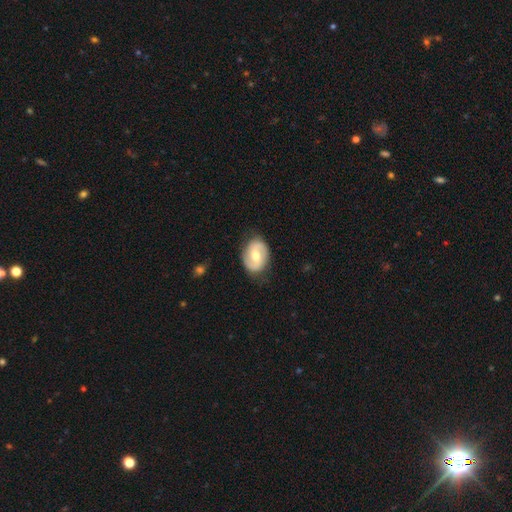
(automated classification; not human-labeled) Q: Smooth or featured?
A: featured or disk (62%); runner-up: smooth (32%)
Q: Edge-on disk?
A: no (97%); runner-up: yes (3%)
Q: Bar?
A: weak (46%); runner-up: no (34%)
Q: Spiral arms?
A: yes (79%); runner-up: no (21%)
Q: Bulge size?
A: moderate (73%); runner-up: small (18%)
Q: Merging?
A: none (81%); runner-up: minor disturbance (14%)